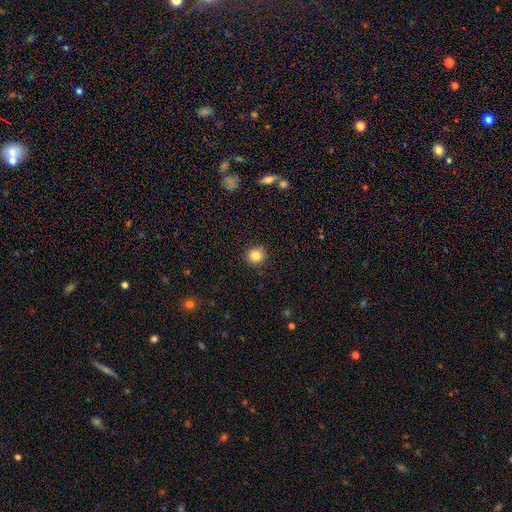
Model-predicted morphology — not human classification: Smooth or featured? Predicted: smooth (p=0.84). How rounded? Predicted: round (p=0.88). Merging? Predicted: none (p=0.90).